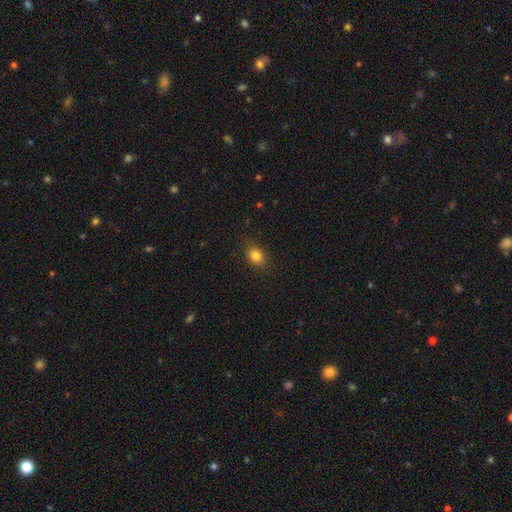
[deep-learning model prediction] Smooth or featured? smooth (84%)
How rounded? in between (54%)
Merging? none (86%)